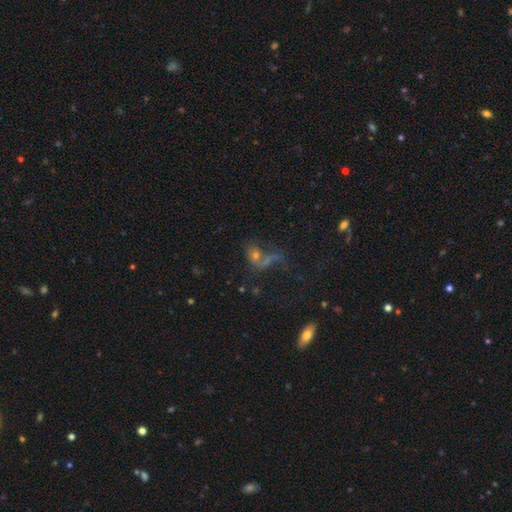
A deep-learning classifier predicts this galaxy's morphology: type=star or artifact (40%).